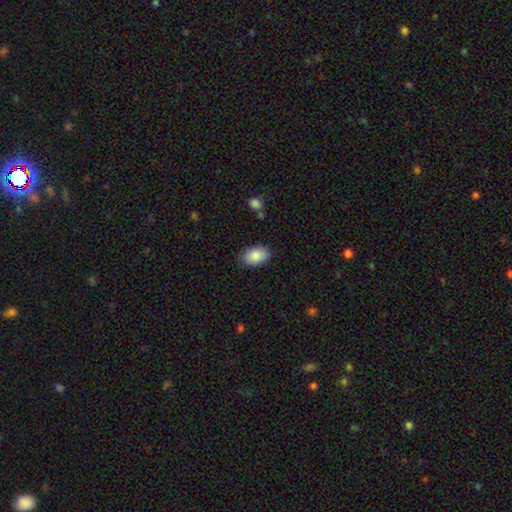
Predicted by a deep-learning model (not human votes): Q: Smooth or featured?
A: smooth (87%); runner-up: star or artifact (7%)
Q: How rounded?
A: in between (89%); runner-up: round (10%)
Q: Merging?
A: none (84%); runner-up: minor disturbance (12%)